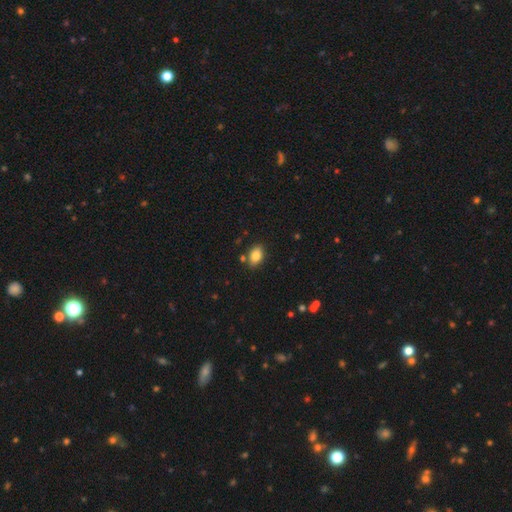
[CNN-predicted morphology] smooth 85%, star or artifact 8%, featured or disk 7%. Down the decision tree: how rounded — in between (85%); merging — none (82%).